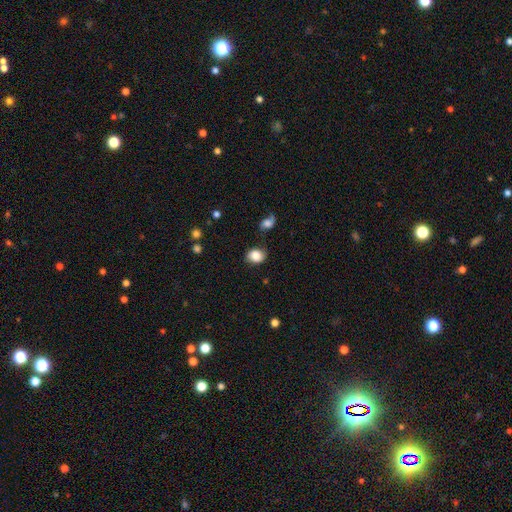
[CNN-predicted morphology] This appears to be a smooth galaxy with no disk features (82%) that is round (51%). Merging: none (71%).